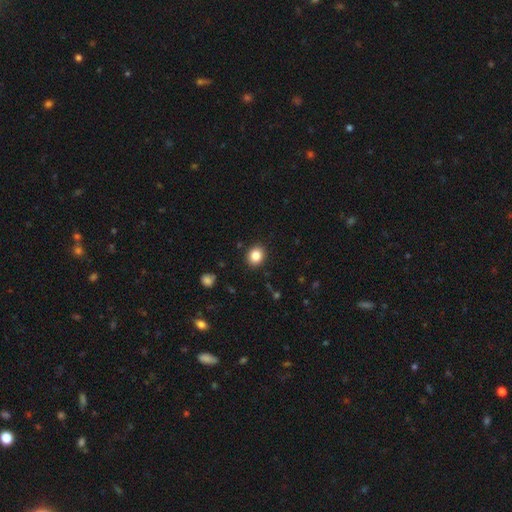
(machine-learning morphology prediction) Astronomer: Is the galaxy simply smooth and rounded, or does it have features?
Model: smooth — 84%.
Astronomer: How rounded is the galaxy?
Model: round — 69%.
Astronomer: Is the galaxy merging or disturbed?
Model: none — 90%.